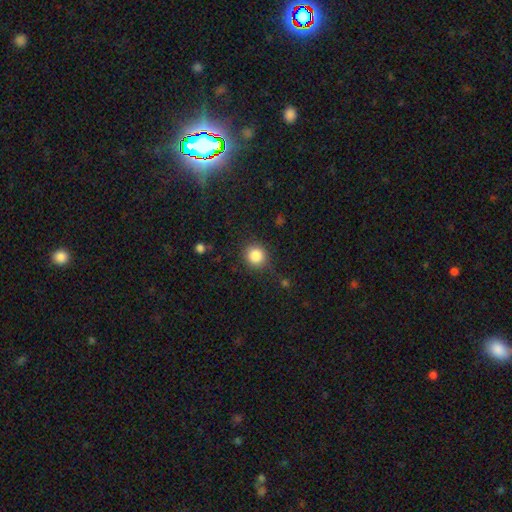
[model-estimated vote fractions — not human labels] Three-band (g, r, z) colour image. It shows a smooth galaxy with no disk features (85%) that is round (90%). Merging: none (83%).